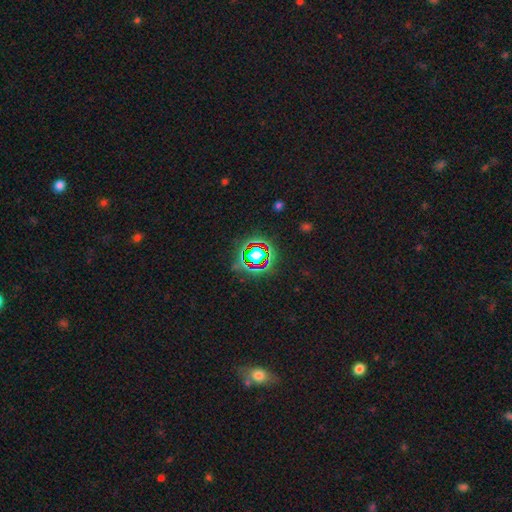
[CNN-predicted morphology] star or artifact 65%, smooth 23%, featured or disk 12%.